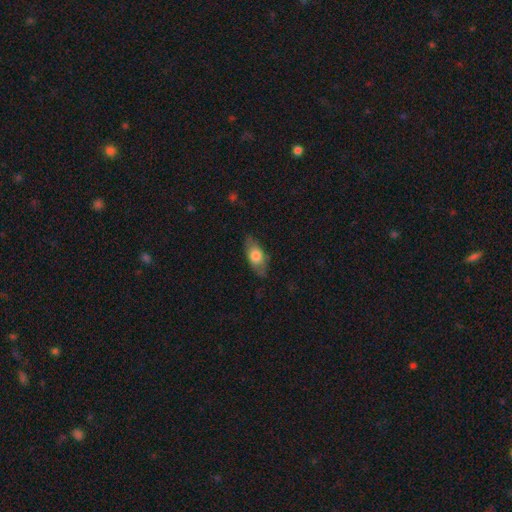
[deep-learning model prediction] A smooth galaxy with no disk features (68%) that is in between round and cigar-shaped (84%).

Vote fractions:
- Smooth or featured? smooth: 68% / featured or disk: 25% / star or artifact: 7%
- How rounded? in between: 84% / cigar-shaped: 11% / round: 5%
- Merging? none: 75% / minor disturbance: 18% / major disturbance: 5% / merger: 1%